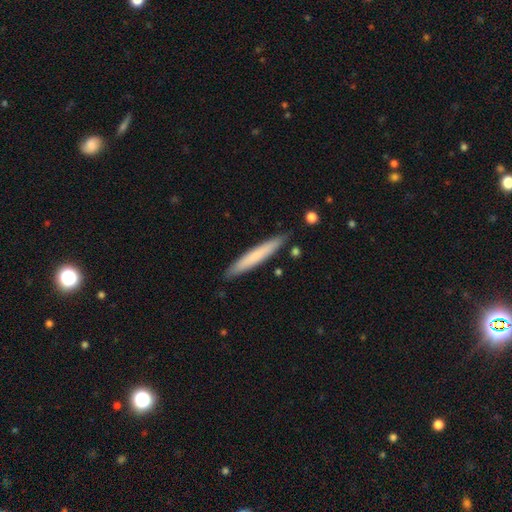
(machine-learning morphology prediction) Smooth or featured: smooth — 71% (featured or disk — 24%)
How rounded: cigar-shaped — 95% (in between — 4%)
Merging: none — 88% (minor disturbance — 8%)